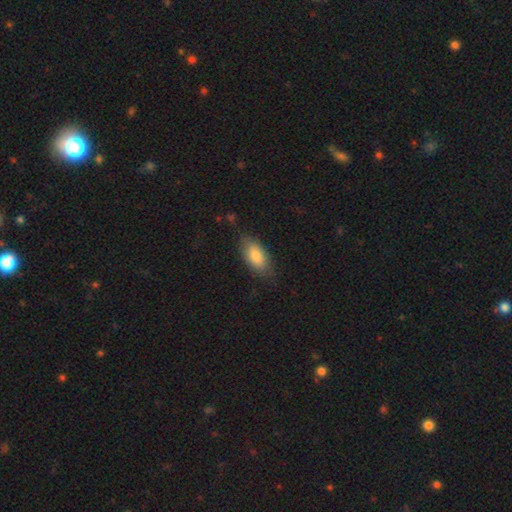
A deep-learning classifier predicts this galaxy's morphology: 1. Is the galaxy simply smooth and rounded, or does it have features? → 83% smooth, 11% featured or disk, 6% star or artifact.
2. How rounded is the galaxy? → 89% in between, 8% cigar-shaped, 3% round.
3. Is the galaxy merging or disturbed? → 74% none, 20% minor disturbance, 5% major disturbance, 1% merger.